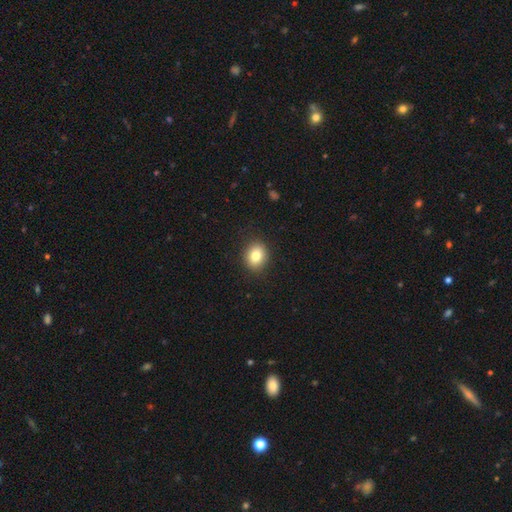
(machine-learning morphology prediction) Q: Smooth or featured?
A: smooth (82%); runner-up: star or artifact (10%)
Q: How rounded?
A: round (55%); runner-up: in between (44%)
Q: Merging?
A: none (89%); runner-up: minor disturbance (7%)